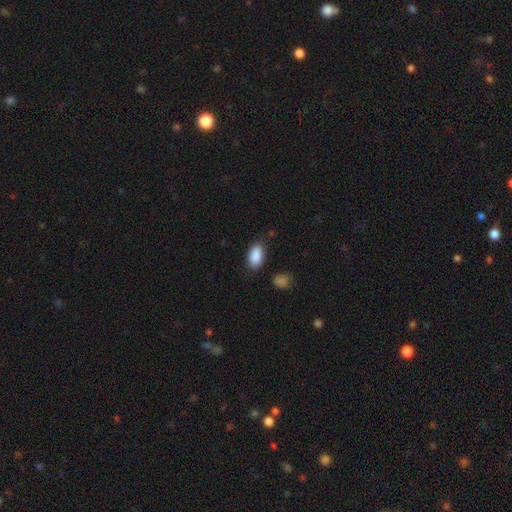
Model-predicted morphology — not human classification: smooth 90%, star or artifact 7%, featured or disk 3%. Down the decision tree: how rounded — in between (93%); merging — none (82%).